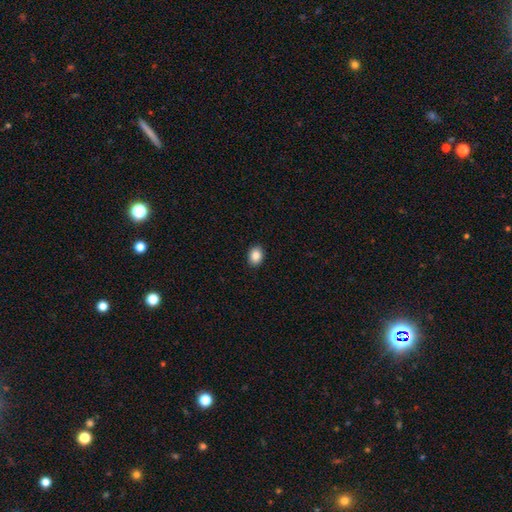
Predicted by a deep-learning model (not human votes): A smooth galaxy with no disk features (88%) that is in between round and cigar-shaped (66%). Merging: none (91%).